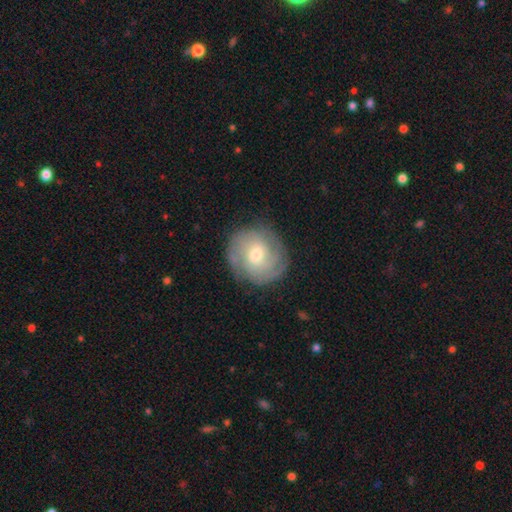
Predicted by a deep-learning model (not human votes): Smooth or featured? Predicted: featured or disk (p=0.64). Edge-on disk? Predicted: no (p=0.97). Bar? Predicted: no (p=0.59). Spiral arms? Predicted: yes (p=0.87). Spiral winding? Predicted: tight (p=0.58). Spiral arm count? Predicted: can't tell (p=0.38). Bulge size? Predicted: moderate (p=0.53). Merging? Predicted: none (p=0.81).